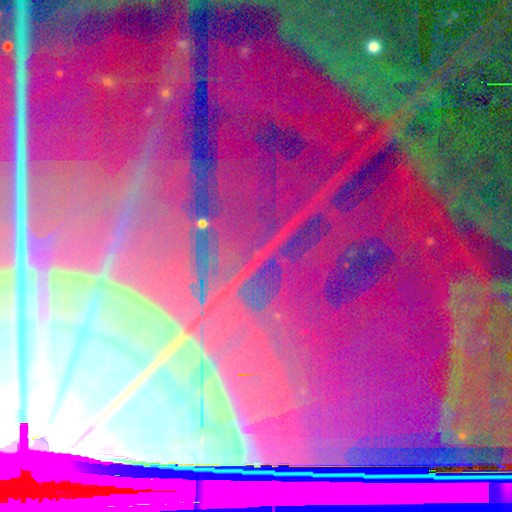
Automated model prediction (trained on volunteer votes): smooth_or_featured: star or artifact (p=0.81) [alt: featured or disk p=0.12]